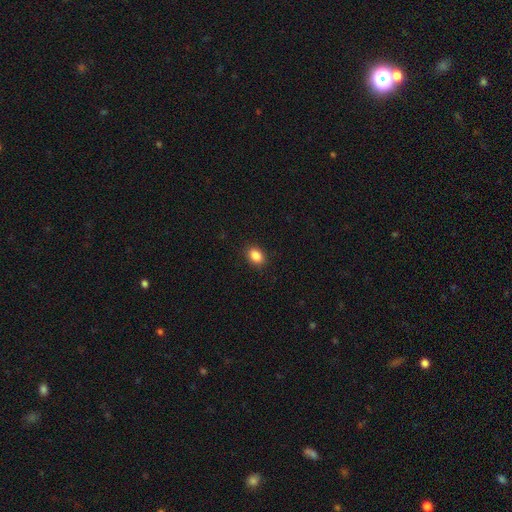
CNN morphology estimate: Q: Smooth or featured?
A: smooth (87%); runner-up: star or artifact (9%)
Q: How rounded?
A: in between (77%); runner-up: round (22%)
Q: Merging?
A: none (89%); runner-up: minor disturbance (8%)